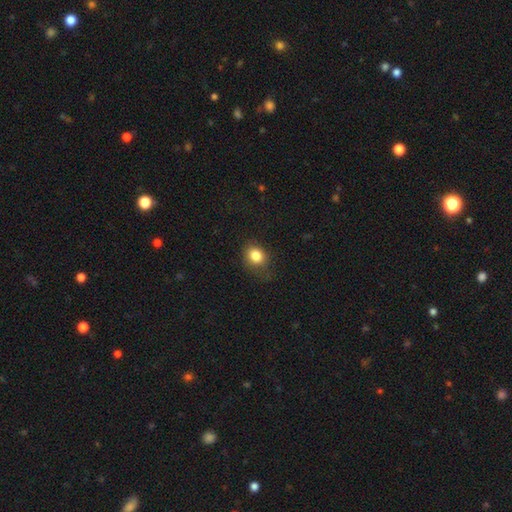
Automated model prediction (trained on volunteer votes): A smooth galaxy with no disk features (83%) that is round (61%). Merging: none (72%).